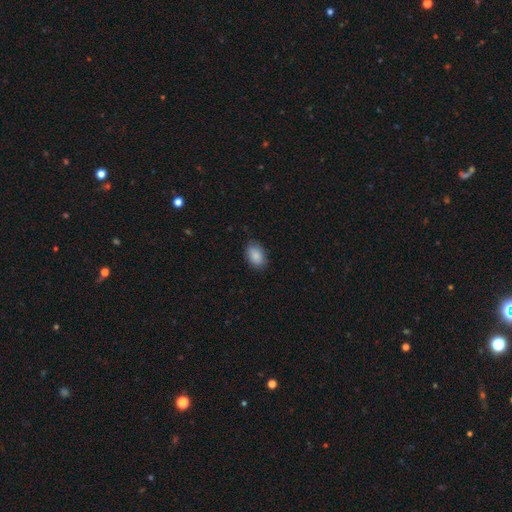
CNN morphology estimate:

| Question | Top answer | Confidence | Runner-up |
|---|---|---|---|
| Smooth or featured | smooth | 87% | star or artifact (7%) |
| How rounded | in between | 87% | round (12%) |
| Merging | none | 81% | minor disturbance (15%) |